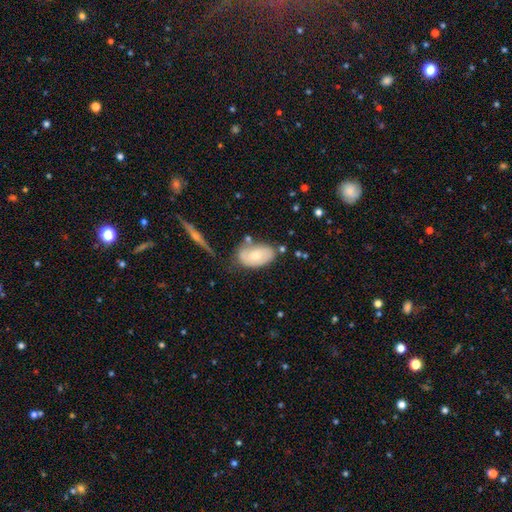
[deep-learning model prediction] Smooth or featured: smooth — 56% (featured or disk — 37%)
How rounded: in between — 92% (round — 6%)
Merging: none — 57% (minor disturbance — 25%)